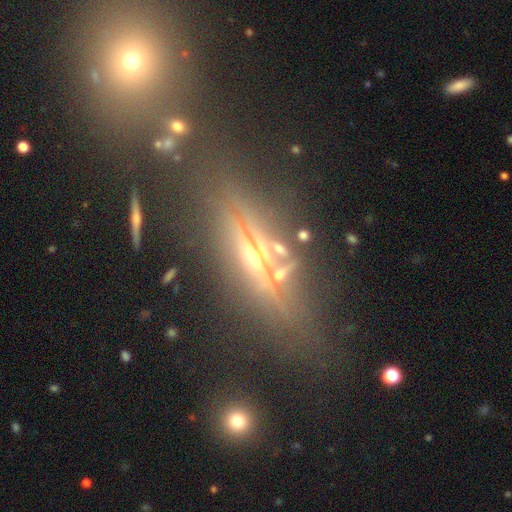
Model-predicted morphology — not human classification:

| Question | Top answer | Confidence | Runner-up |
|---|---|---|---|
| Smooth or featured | featured or disk | 66% | star or artifact (18%) |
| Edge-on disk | yes | 86% | no (14%) |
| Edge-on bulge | rounded | 83% | none (11%) |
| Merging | none | 73% | minor disturbance (14%) |